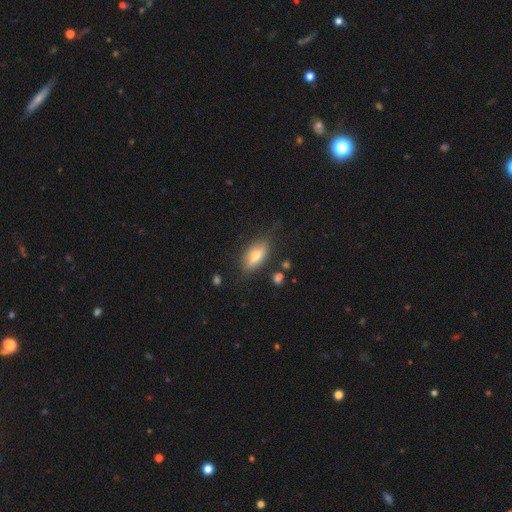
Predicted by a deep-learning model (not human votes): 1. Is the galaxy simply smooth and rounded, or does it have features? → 60% smooth, 32% featured or disk, 8% star or artifact.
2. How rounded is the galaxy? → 79% in between, 17% cigar-shaped, 4% round.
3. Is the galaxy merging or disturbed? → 72% none, 20% minor disturbance, 6% major disturbance, 3% merger.